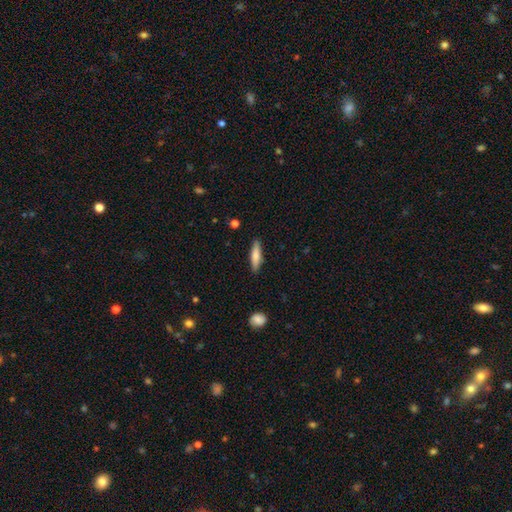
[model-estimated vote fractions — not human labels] smooth-or-featured: smooth: 71% | featured or disk: 23% | star or artifact: 6%
  how-rounded: cigar-shaped: 77% | in between: 21% | round: 2%
  merging: none: 89% | minor disturbance: 8% | major disturbance: 2% | merger: 1%